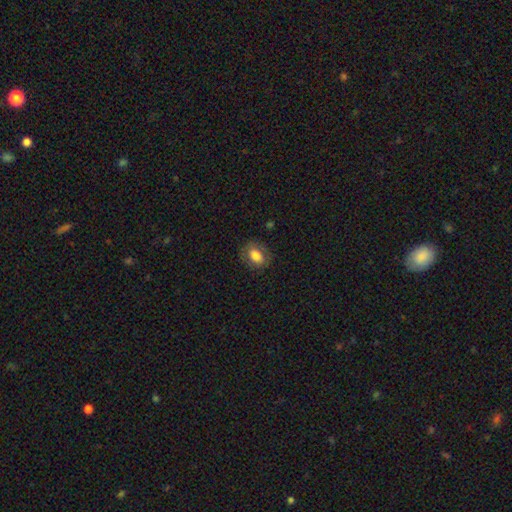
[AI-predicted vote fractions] This is likely a smooth galaxy (75%). How rounded: likely in between (76%). Merging: likely none (78%).